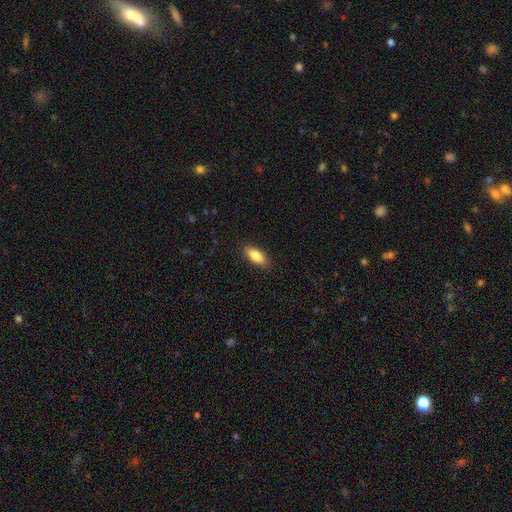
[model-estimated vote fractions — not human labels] A smooth galaxy with no disk features (83%) that is in between round and cigar-shaped (79%).

Vote fractions:
- Smooth or featured? smooth: 83% / featured or disk: 11% / star or artifact: 6%
- How rounded? in between: 79% / cigar-shaped: 19% / round: 2%
- Merging? none: 87% / minor disturbance: 10% / major disturbance: 2% / merger: 1%